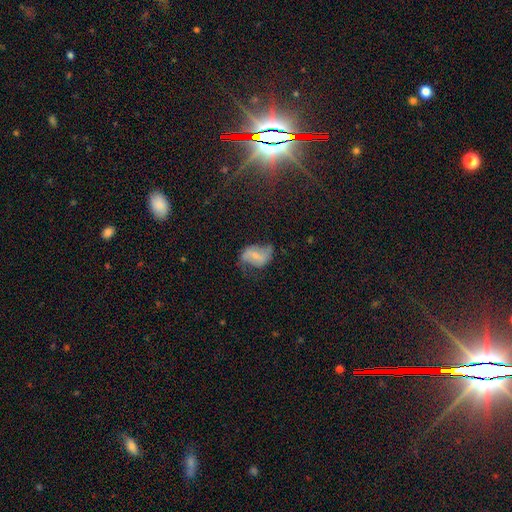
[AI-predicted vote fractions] Overall: featured or disk (59%; smooth 32%). Edge-on disk: no (97%). Bar: weak (47%; no 27%). Spiral arms: yes (81%). Bulge size: small (49%; moderate 29%). Merging: none (51%; minor disturbance 29%).